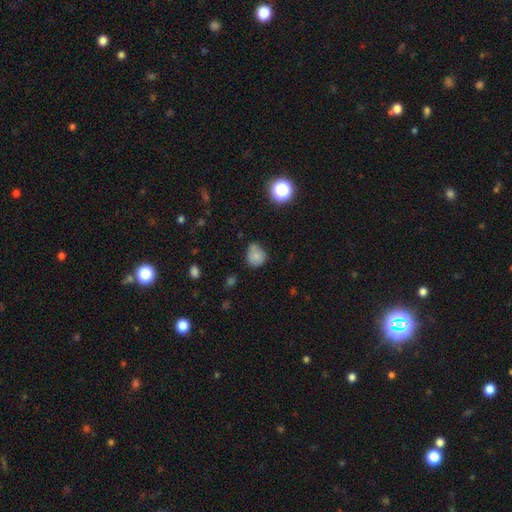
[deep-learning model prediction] Smooth or featured? smooth (76%)
How rounded? round (74%)
Merging? none (51%)